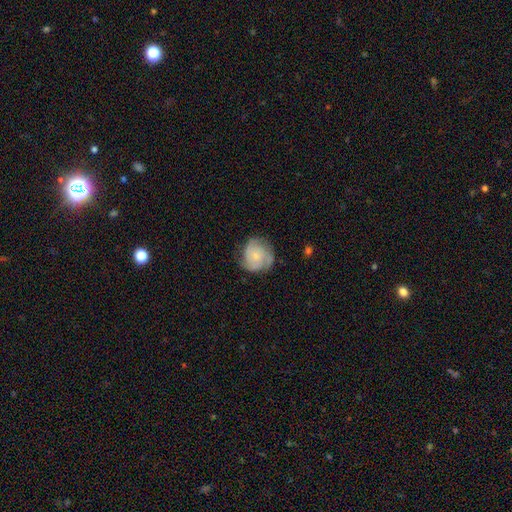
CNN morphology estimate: Smooth or featured?
  - featured or disk: 57% *
  - smooth: 36%
  - star or artifact: 7%
Edge-on disk?
  - no: 98% *
  - yes: 2%
Bar?
  - no: 80% *
  - weak: 17%
  - strong: 2%
Spiral arms?
  - yes: 87% *
  - no: 13%
Bulge size?
  - small: 65% *
  - moderate: 24%
  - none: 8%
  - large: 2%
  - dominant: 1%
Merging?
  - none: 65% *
  - minor disturbance: 25%
  - major disturbance: 8%
  - merger: 2%